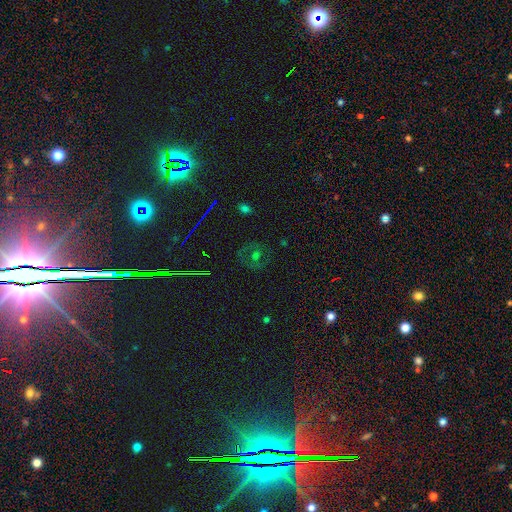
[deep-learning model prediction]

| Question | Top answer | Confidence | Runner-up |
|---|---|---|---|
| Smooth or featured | featured or disk | 41% | star or artifact (36%) |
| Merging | none | 74% | minor disturbance (14%) |